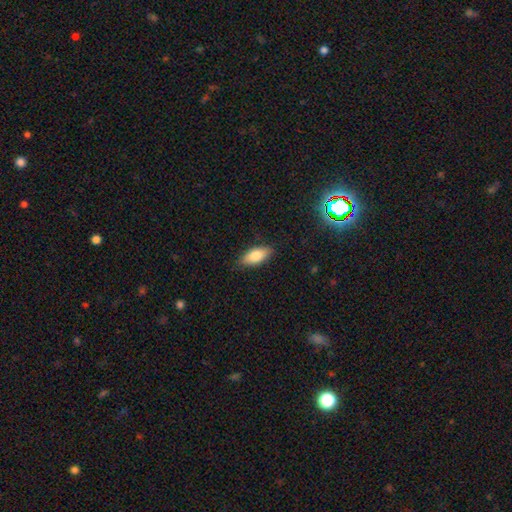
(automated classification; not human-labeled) smooth-or-featured: smooth: 78% | featured or disk: 15% | star or artifact: 7%
  how-rounded: in between: 84% | cigar-shaped: 14% | round: 3%
  merging: none: 86% | minor disturbance: 11% | major disturbance: 2% | merger: 1%